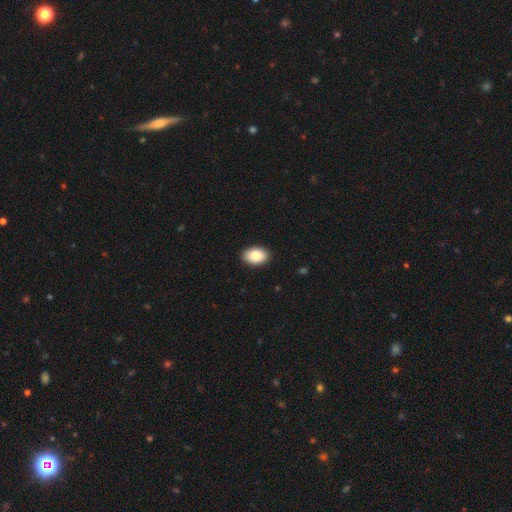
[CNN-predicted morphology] A smooth galaxy with no disk features (87%) that is in between round and cigar-shaped (90%). Merging: none (90%).